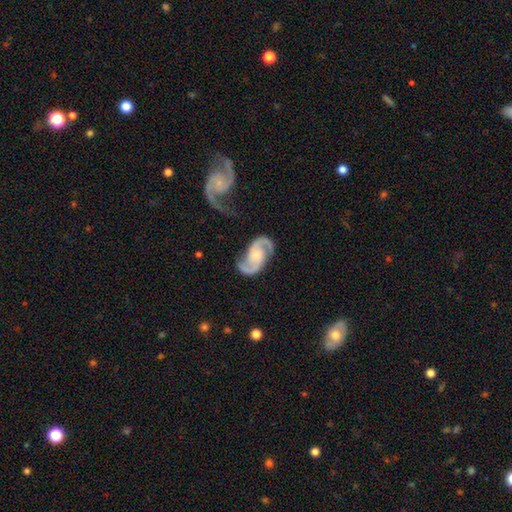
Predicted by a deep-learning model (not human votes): This appears to be a featured or disk galaxy (92%) with no bar (60%), 2 (94%) medium (56%) spiral arms (98%) and a small central bulge (50%). Merging: none (73%).